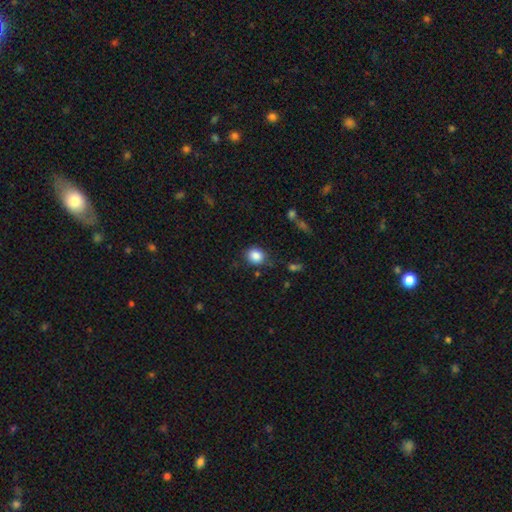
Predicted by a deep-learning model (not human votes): Overall: smooth (86%). How rounded: round (74%). Merging: none (79%).